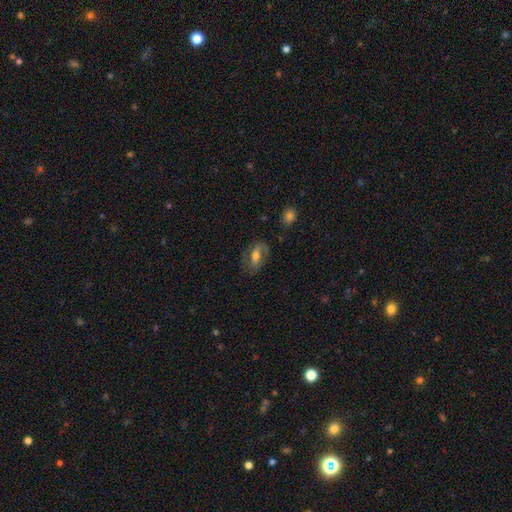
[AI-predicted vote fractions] Overall: featured or disk (54%; smooth 38%). Edge-on disk: no (90%). Merging: none (69%).